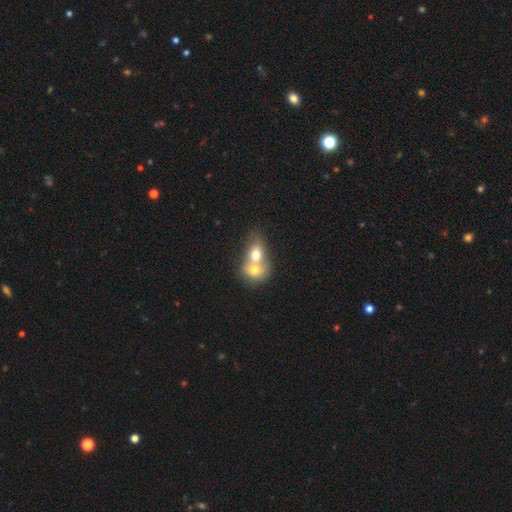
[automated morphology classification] A smooth galaxy with no disk features (68%) that is in between round and cigar-shaped (56%).

Vote fractions:
- Smooth or featured? smooth: 68% / featured or disk: 24% / star or artifact: 8%
- How rounded? in between: 56% / round: 42% / cigar-shaped: 2%
- Merging? merger: 80% / none: 13% / minor disturbance: 5% / major disturbance: 3%